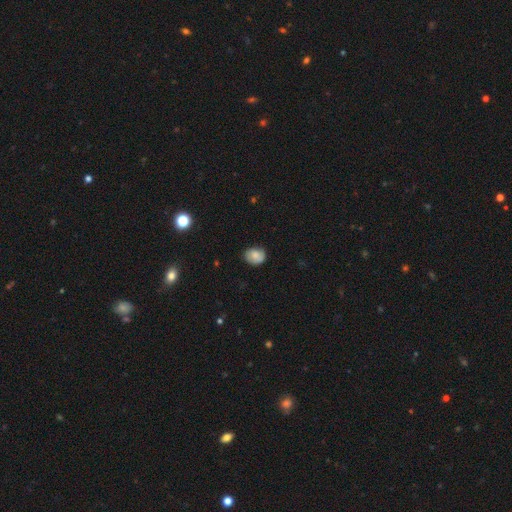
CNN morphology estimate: smooth 80%, featured or disk 12%, star or artifact 8%. Down the decision tree: how rounded — round (51%); merging — none (77%).